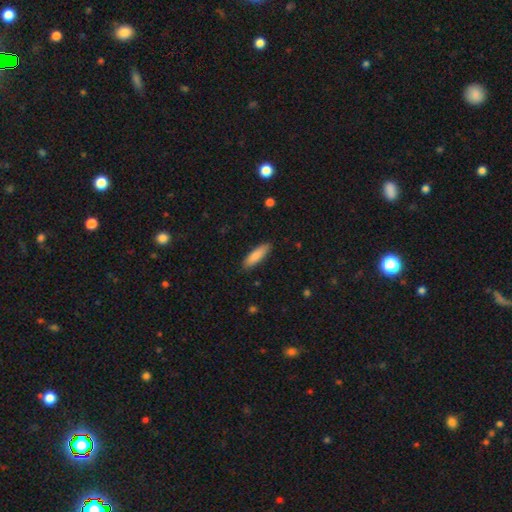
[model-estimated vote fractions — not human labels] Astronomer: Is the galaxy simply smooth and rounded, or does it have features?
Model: smooth — 84%.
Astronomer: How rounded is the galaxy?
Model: cigar-shaped — 60% (runner-up: in between, 38%).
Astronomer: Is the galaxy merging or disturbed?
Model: none — 88%.